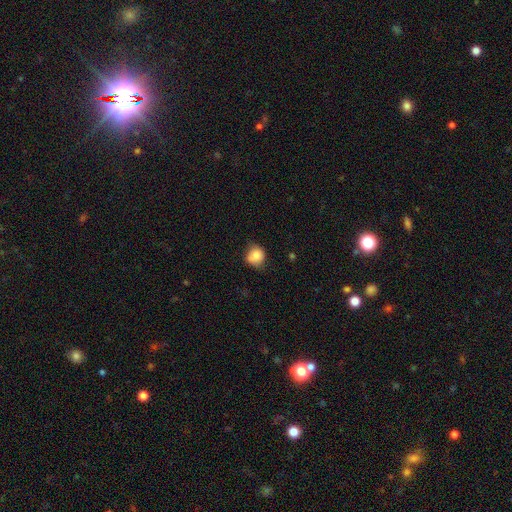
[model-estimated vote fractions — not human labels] This is clearly a smooth galaxy (82%). How rounded: clearly round (82%). Merging: likely none (67%).